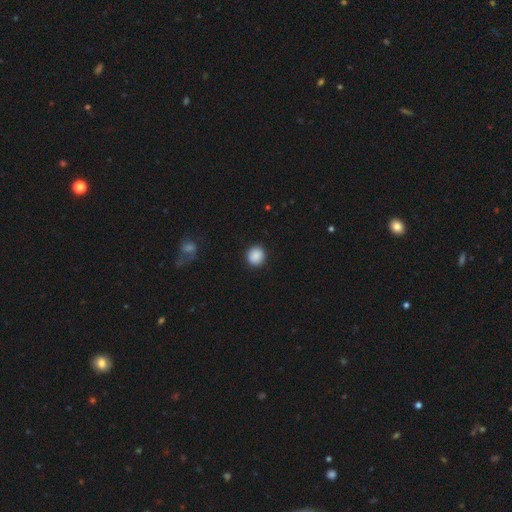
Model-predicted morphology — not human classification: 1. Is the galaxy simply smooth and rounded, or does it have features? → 88% smooth, 8% star or artifact, 3% featured or disk.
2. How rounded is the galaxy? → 89% round, 10% in between, 1% cigar-shaped.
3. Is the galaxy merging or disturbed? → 90% none, 7% minor disturbance, 2% major disturbance, 1% merger.